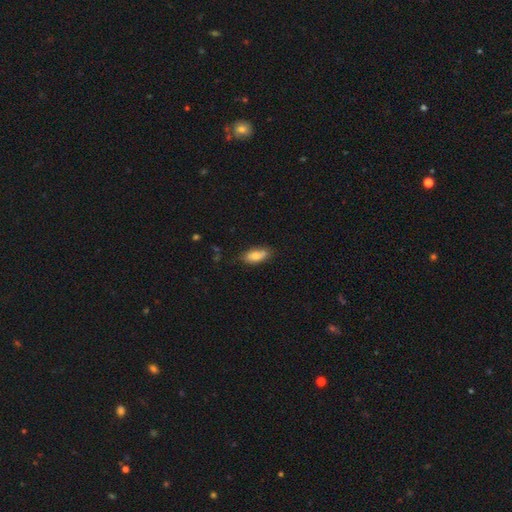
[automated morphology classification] A smooth galaxy with no disk features (75%) that is in between round and cigar-shaped (86%).

Vote fractions:
- Smooth or featured? smooth: 75% / featured or disk: 18% / star or artifact: 7%
- How rounded? in between: 86% / cigar-shaped: 10% / round: 3%
- Merging? none: 72% / minor disturbance: 21% / major disturbance: 4% / merger: 3%